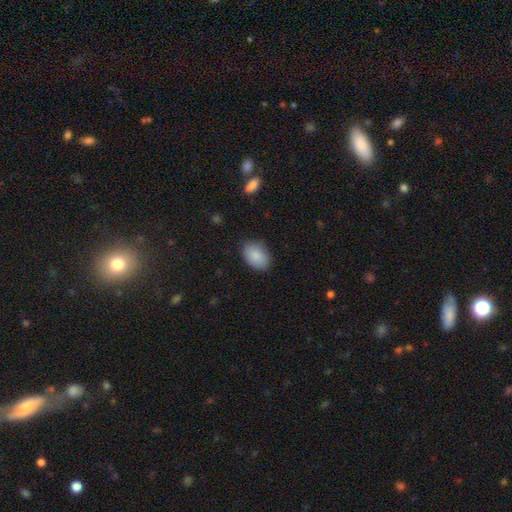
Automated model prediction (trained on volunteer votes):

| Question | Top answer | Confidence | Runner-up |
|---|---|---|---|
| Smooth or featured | smooth | 88% | star or artifact (7%) |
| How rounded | in between | 87% | round (12%) |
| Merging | none | 84% | minor disturbance (12%) |